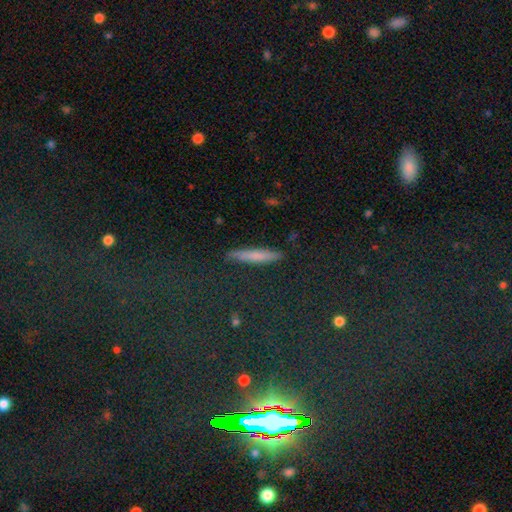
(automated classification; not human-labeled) smooth 66%, featured or disk 24%, star or artifact 11%. Down the decision tree: how rounded — cigar-shaped (92%); merging — none (85%).